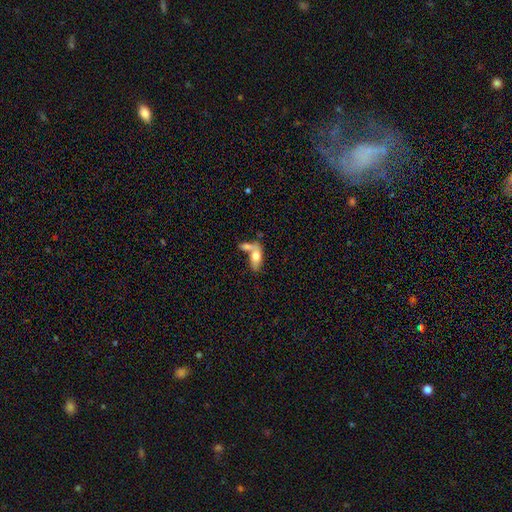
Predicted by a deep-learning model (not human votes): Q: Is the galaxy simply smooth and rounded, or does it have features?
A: smooth — 67%.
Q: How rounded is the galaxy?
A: in between — 82%.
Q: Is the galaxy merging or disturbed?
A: merger — 53%.